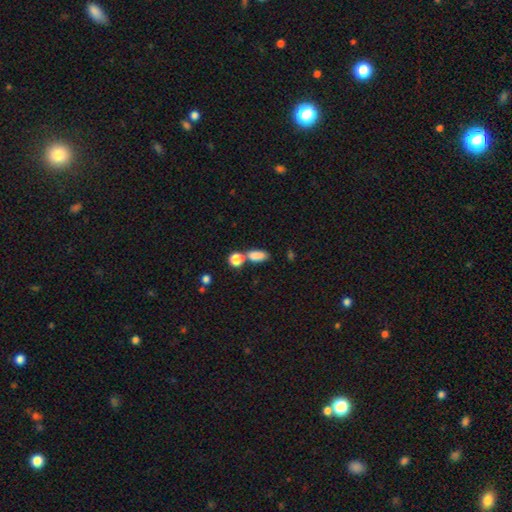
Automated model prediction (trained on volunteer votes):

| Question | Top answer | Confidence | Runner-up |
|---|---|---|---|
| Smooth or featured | smooth | 83% | star or artifact (10%) |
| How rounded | in between | 78% | round (11%) |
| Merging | none | 51% | merger (32%) |